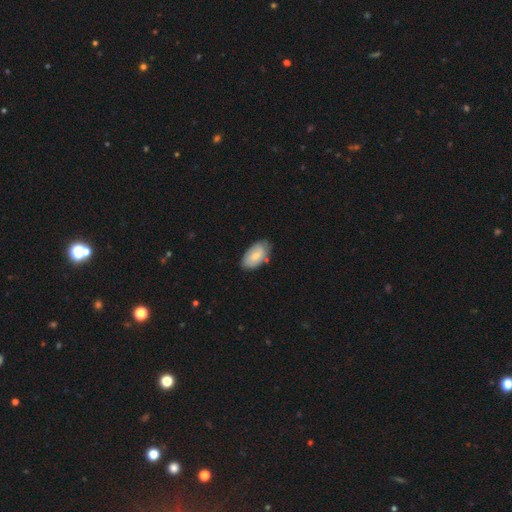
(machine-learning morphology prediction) smooth_or_featured: smooth (p=0.70) [alt: featured or disk p=0.24]
how_rounded: in between (p=0.94) [alt: round p=0.04]
merging: none (p=0.72) [alt: minor disturbance p=0.21]